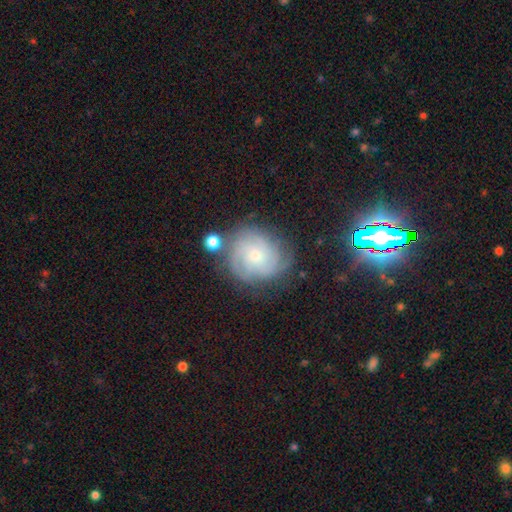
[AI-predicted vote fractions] Smooth or featured: featured or disk — 80% (smooth — 12%)
Edge-on disk: no — 98% (yes — 2%)
Bar: no — 74% (weak — 22%)
Spiral arms: yes — 96% (no — 4%)
Spiral winding: tight — 72% (medium — 23%)
Spiral arm count: 3 — 27% (4 — 26%)
Bulge size: small — 64% (moderate — 31%)
Merging: none — 73% (minor disturbance — 16%)